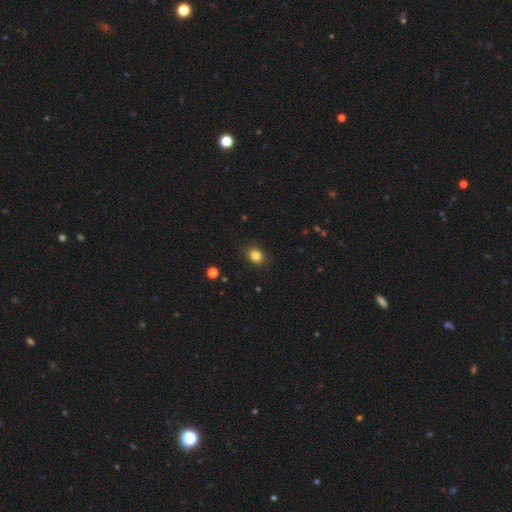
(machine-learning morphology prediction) smooth_or_featured: smooth (p=0.83) [alt: star or artifact p=0.11]
how_rounded: round (p=0.52) [alt: in between p=0.47]
merging: none (p=0.88) [alt: minor disturbance p=0.08]